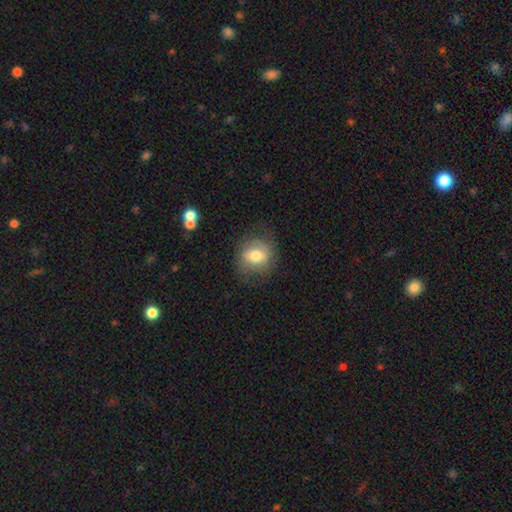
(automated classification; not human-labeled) smooth_or_featured: smooth (p=0.65) [alt: featured or disk p=0.27]
how_rounded: round (p=0.64) [alt: in between p=0.35]
merging: none (p=0.71) [alt: minor disturbance p=0.18]